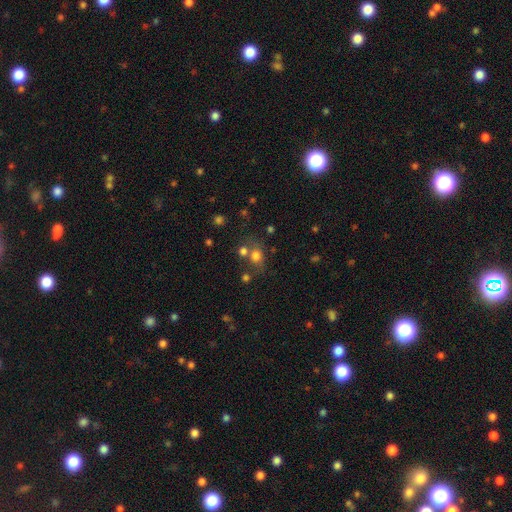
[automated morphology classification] type=smooth (72%); roundness=round (58%); merging=none (51%).